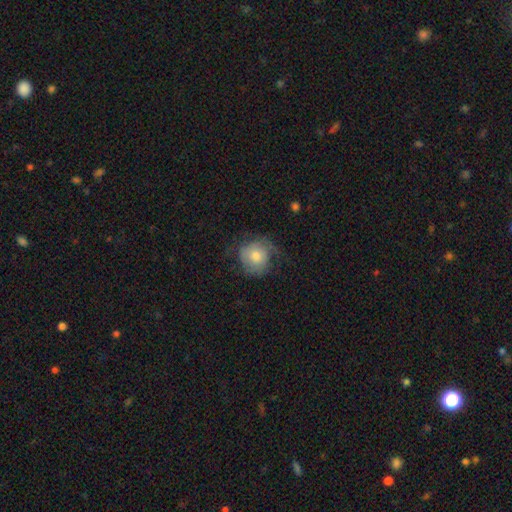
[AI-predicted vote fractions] Smooth or featured? smooth (58%)
How rounded? round (84%)
Merging? none (54%)